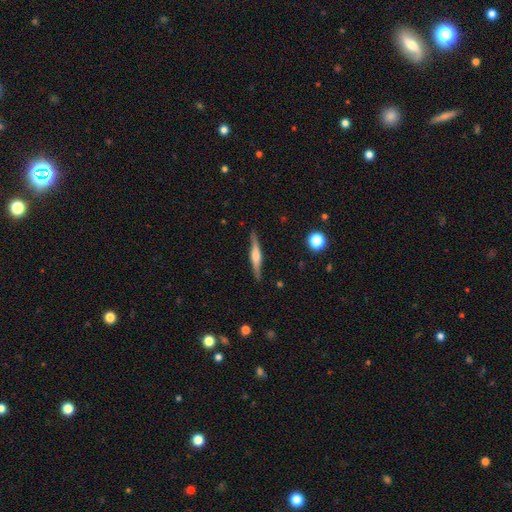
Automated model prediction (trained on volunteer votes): Morphology: type=featured or disk (68%); edge-on=yes (96%); edge-on bulge=rounded (69%); merging=none (87%).